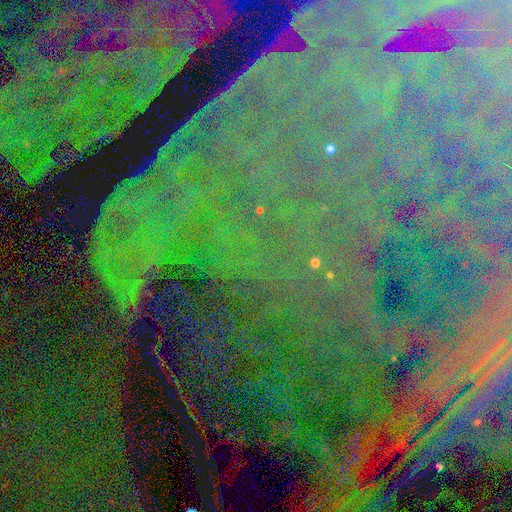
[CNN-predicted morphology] type=star or artifact (86%).